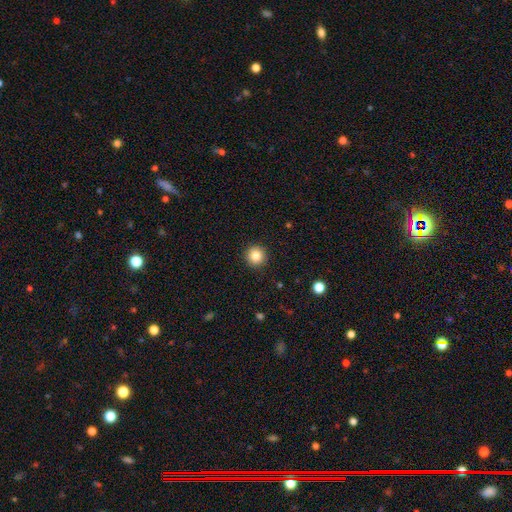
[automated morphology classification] Smooth or featured?
  - smooth: 84% *
  - star or artifact: 10%
  - featured or disk: 6%
How rounded?
  - round: 96% *
  - in between: 3%
  - cigar-shaped: 1%
Merging?
  - none: 93% *
  - minor disturbance: 4%
  - major disturbance: 2%
  - merger: 1%